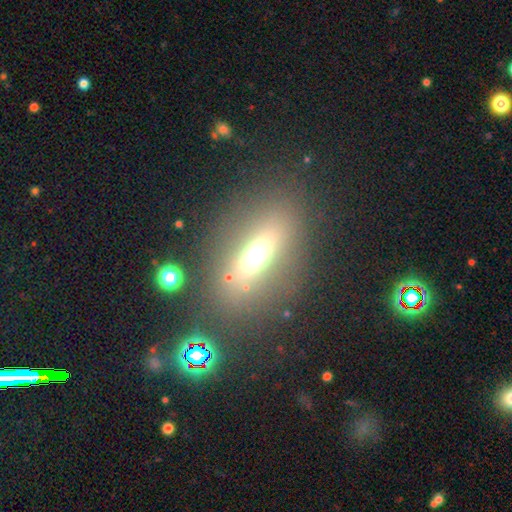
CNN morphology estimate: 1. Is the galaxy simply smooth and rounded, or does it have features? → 50% smooth, 27% featured or disk, 23% star or artifact.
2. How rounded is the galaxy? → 70% in between, 18% round, 13% cigar-shaped.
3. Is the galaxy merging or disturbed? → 77% none, 10% minor disturbance, 8% major disturbance, 5% merger.